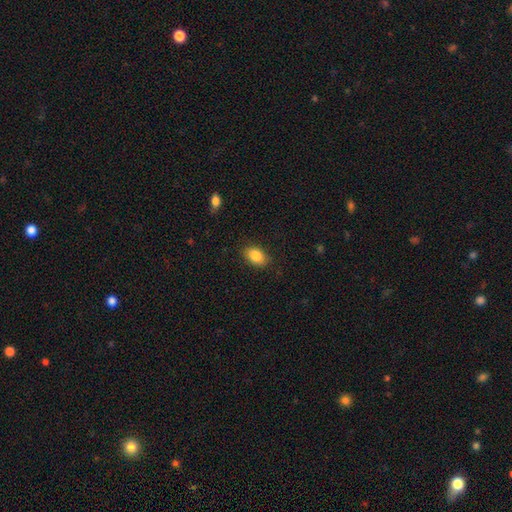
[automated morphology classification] type=smooth (86%); roundness=in between (82%); merging=none (84%).